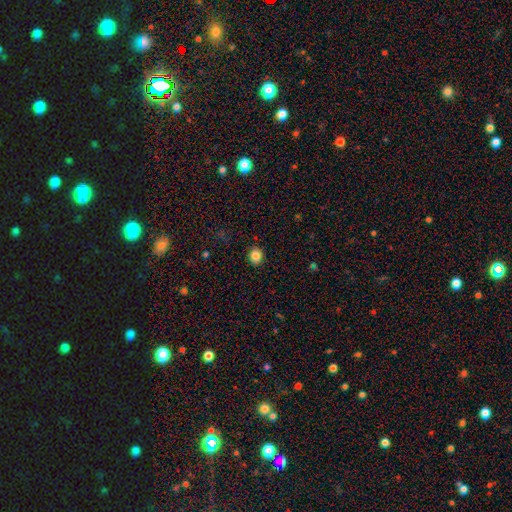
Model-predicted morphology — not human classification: Smooth or featured? Predicted: smooth (p=0.84). How rounded? Predicted: round (p=0.65). Merging? Predicted: none (p=0.89).